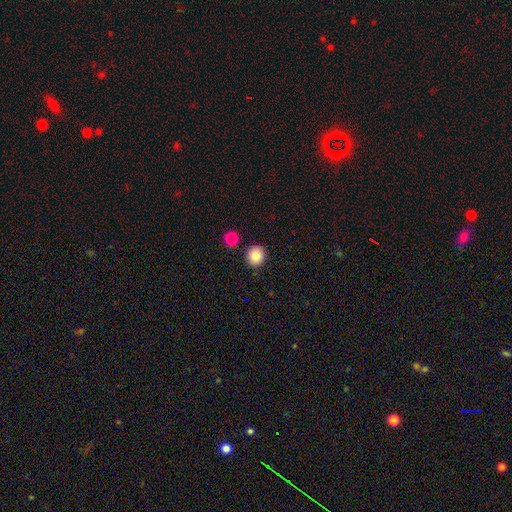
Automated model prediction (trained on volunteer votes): This appears to be a smooth galaxy with no disk features (85%) that is round (91%). Merging: none (88%).